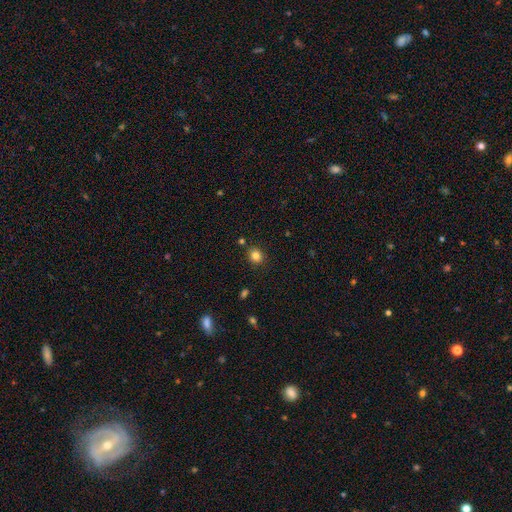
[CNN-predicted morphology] smooth-or-featured: smooth: 83% | star or artifact: 12% | featured or disk: 5%
  how-rounded: round: 83% | in between: 16% | cigar-shaped: 1%
  merging: none: 87% | minor disturbance: 8% | merger: 3% | major disturbance: 2%